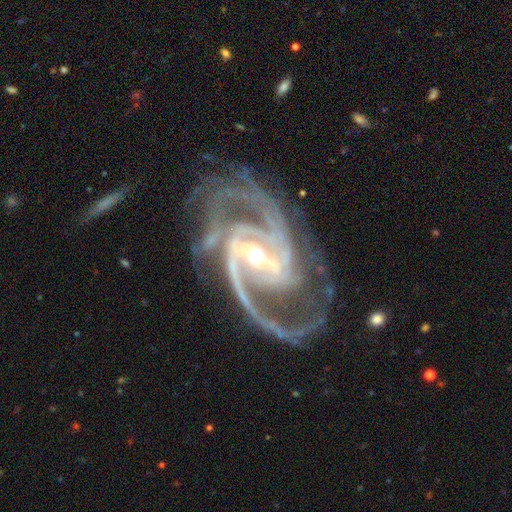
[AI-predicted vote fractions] This is clearly a featured or disk galaxy (93%). It is clearly not viewed edge-on (97%). Bar: possibly strong (55%). Spiral arm pattern: clearly yes (99%). Spiral arm count: possibly 2 (52%). Spiral winding: possibly medium (55%). Central bulge: possibly small (55%). Merging: likely none (62%).